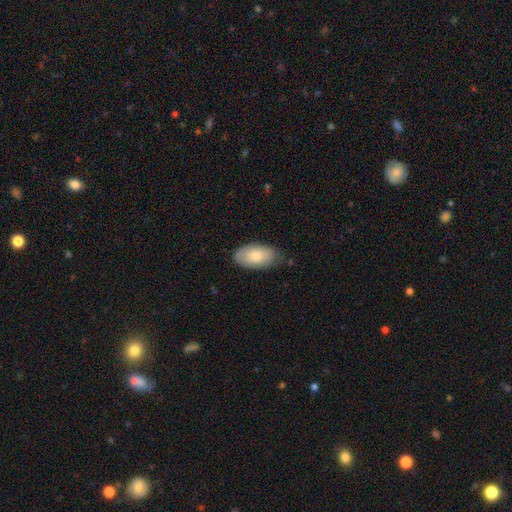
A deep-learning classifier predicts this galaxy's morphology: A smooth galaxy with no disk features (78%) that is in between round and cigar-shaped (95%).

Vote fractions:
- Smooth or featured? smooth: 78% / featured or disk: 17% / star or artifact: 6%
- How rounded? in between: 95% / round: 3% / cigar-shaped: 2%
- Merging? none: 76% / minor disturbance: 19% / major disturbance: 3% / merger: 1%